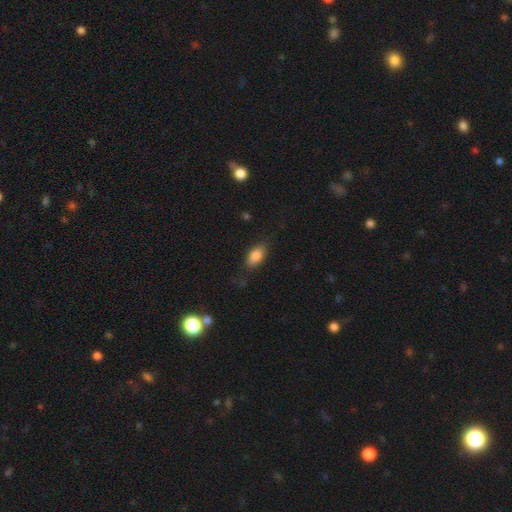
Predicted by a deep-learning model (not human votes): A smooth galaxy with no disk features (82%) that is in between round and cigar-shaped (89%).

Vote fractions:
- Smooth or featured? smooth: 82% / featured or disk: 11% / star or artifact: 8%
- How rounded? in between: 89% / cigar-shaped: 6% / round: 5%
- Merging? none: 77% / minor disturbance: 16% / major disturbance: 5% / merger: 1%